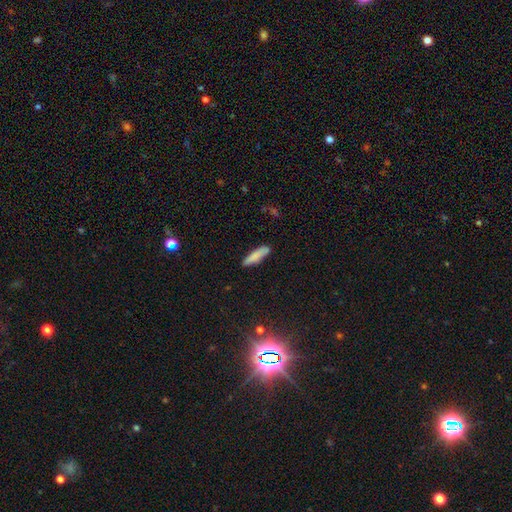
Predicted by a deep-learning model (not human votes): The model was most divided on "how rounded": cigar-shaped: 73%, in between: 25%, round: 2%. More confident: smooth or featured — smooth (83%); merging — none (82%).